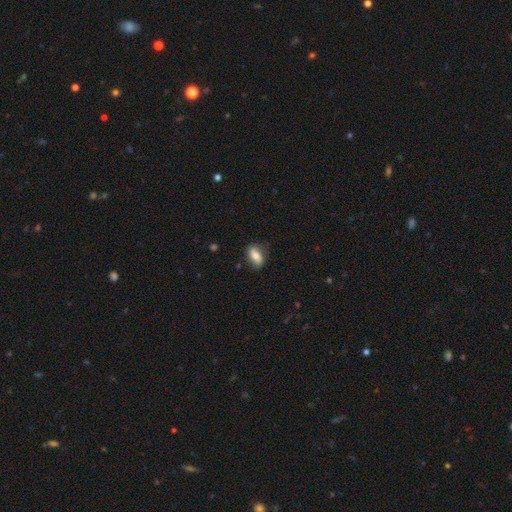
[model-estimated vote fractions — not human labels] smooth_or_featured: smooth (p=0.66) [alt: featured or disk p=0.26]
how_rounded: in between (p=0.86) [alt: round p=0.08]
merging: none (p=0.73) [alt: minor disturbance p=0.20]